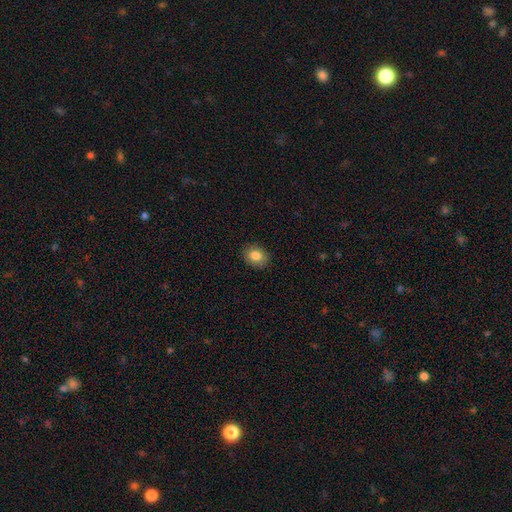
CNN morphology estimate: Overall: smooth (83%). How rounded: in between (55%; round 44%). Merging: none (88%).